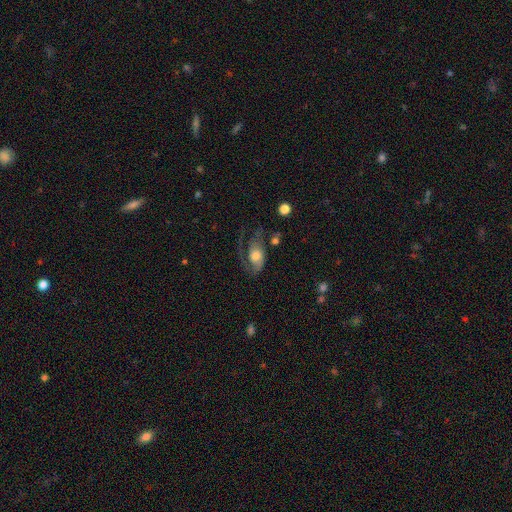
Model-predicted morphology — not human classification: Smooth or featured? Predicted: featured or disk (p=0.64). Edge-on disk? Predicted: no (p=0.95). Bar? Predicted: no (p=0.74). Spiral arms? Predicted: yes (p=0.83). Spiral winding? Predicted: medium (p=0.41). Spiral arm count? Predicted: 1 (p=0.49). Bulge size? Predicted: moderate (p=0.55). Merging? Predicted: major disturbance (p=0.45).